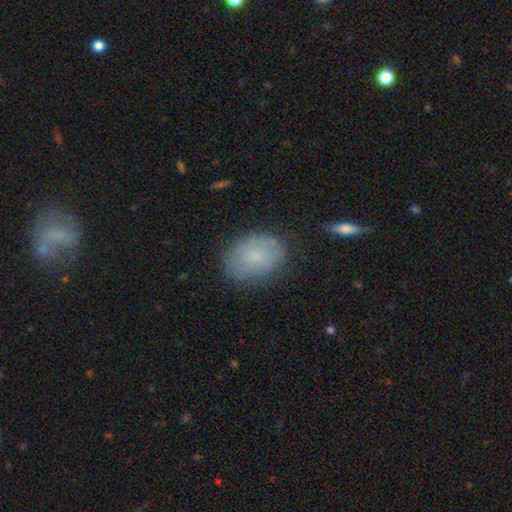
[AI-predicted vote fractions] The model was most divided on "how rounded": in between: 71%, round: 27%, cigar-shaped: 1%. More confident: merging — none (78%); smooth or featured — smooth (75%).